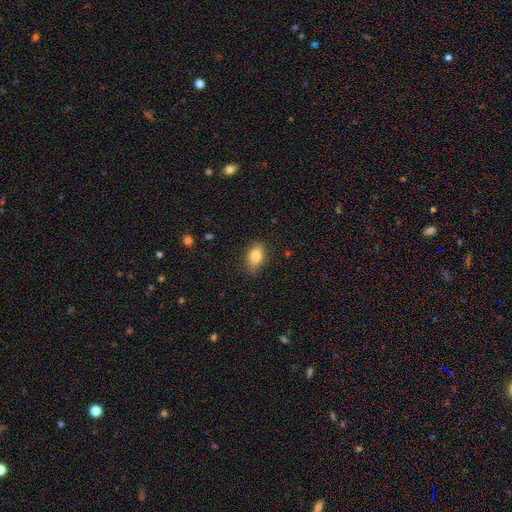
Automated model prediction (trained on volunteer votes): Smooth or featured?
  - smooth: 81% *
  - featured or disk: 10%
  - star or artifact: 8%
How rounded?
  - in between: 85% *
  - round: 13%
  - cigar-shaped: 3%
Merging?
  - none: 83% *
  - minor disturbance: 13%
  - major disturbance: 3%
  - merger: 1%